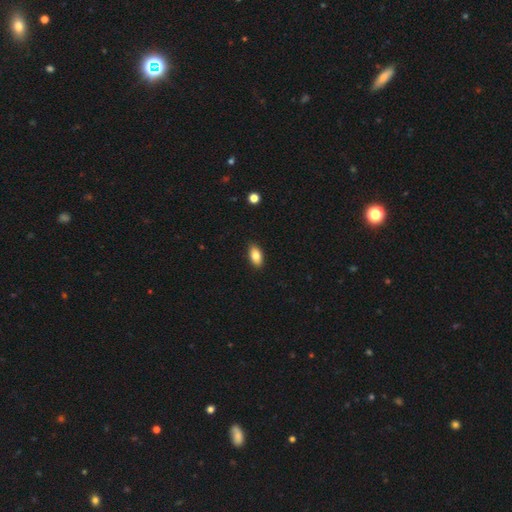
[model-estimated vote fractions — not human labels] Smooth or featured?
  - smooth: 84% *
  - featured or disk: 9%
  - star or artifact: 7%
How rounded?
  - in between: 92% *
  - cigar-shaped: 4%
  - round: 4%
Merging?
  - none: 89% *
  - minor disturbance: 8%
  - major disturbance: 2%
  - merger: 1%